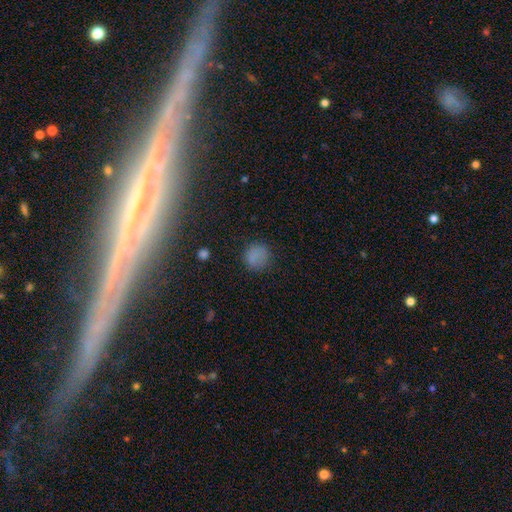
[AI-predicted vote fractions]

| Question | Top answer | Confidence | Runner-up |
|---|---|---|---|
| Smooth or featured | smooth | 79% | star or artifact (15%) |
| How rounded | round | 88% | in between (11%) |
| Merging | none | 80% | minor disturbance (14%) |